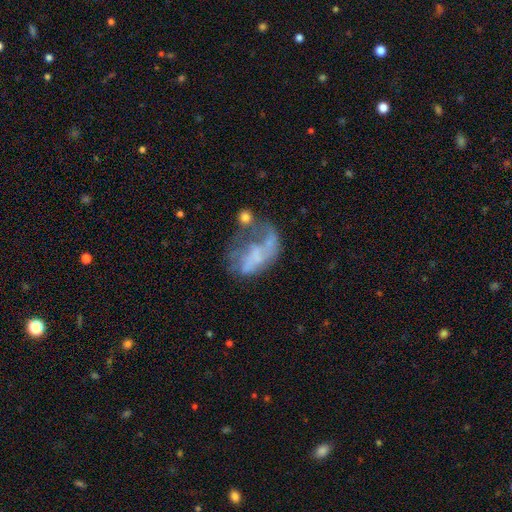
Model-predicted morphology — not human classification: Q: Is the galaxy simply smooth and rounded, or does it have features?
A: featured or disk — 58%.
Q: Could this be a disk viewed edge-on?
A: no — 97%.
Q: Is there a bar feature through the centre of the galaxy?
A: no — 79%.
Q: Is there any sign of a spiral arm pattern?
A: no — 70%.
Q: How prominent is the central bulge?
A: none — 67%.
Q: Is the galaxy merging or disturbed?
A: major disturbance — 41%.